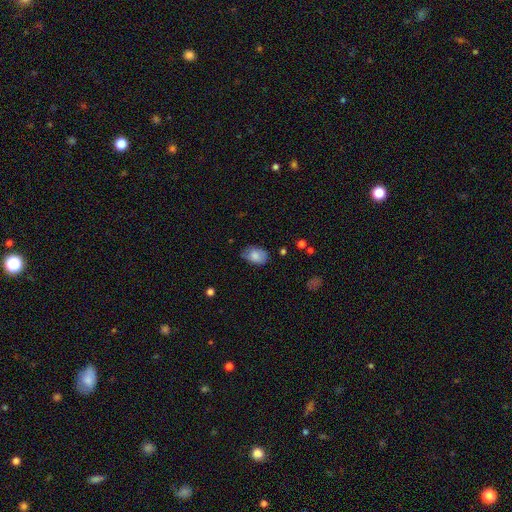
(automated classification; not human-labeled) This is clearly a smooth galaxy (80%). How rounded: clearly in between (82%). Merging: likely none (65%).